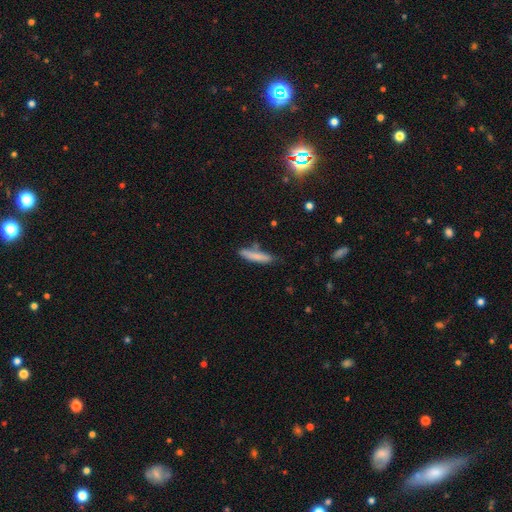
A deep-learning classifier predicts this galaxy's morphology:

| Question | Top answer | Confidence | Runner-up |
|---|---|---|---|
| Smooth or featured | smooth | 79% | featured or disk (14%) |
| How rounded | cigar-shaped | 87% | in between (12%) |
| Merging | none | 70% | minor disturbance (19%) |